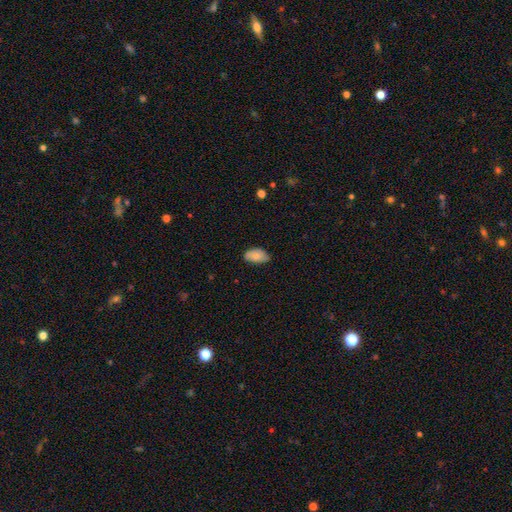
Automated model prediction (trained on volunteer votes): This appears to be a smooth galaxy with no disk features (81%) that is in between round and cigar-shaped (94%). Merging: none (72%).